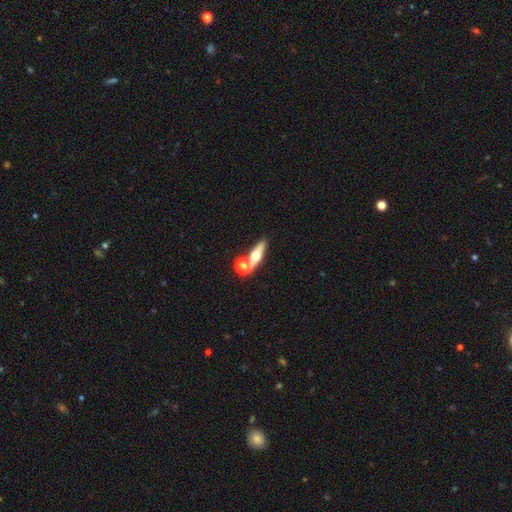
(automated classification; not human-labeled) Smooth or featured? featured or disk (48%)
Merging? none (54%)